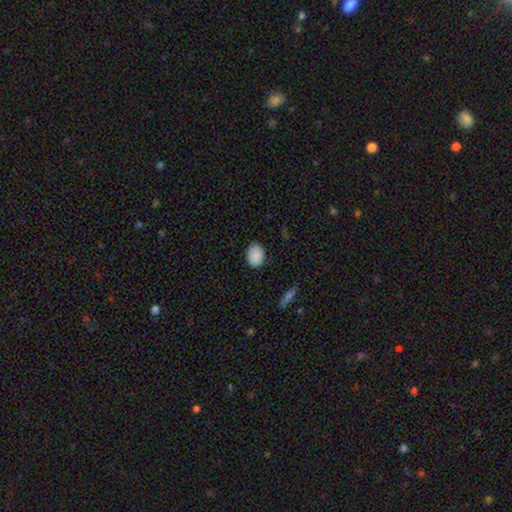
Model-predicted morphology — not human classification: smooth-or-featured: smooth: 89% | star or artifact: 7% | featured or disk: 4%
  how-rounded: in between: 77% | round: 22% | cigar-shaped: 1%
  merging: none: 86% | minor disturbance: 11% | major disturbance: 2% | merger: 1%